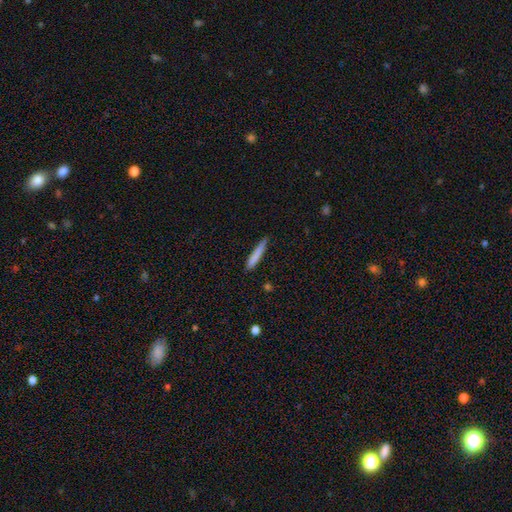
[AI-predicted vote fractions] Smooth or featured? smooth (81%)
How rounded? cigar-shaped (94%)
Merging? none (82%)